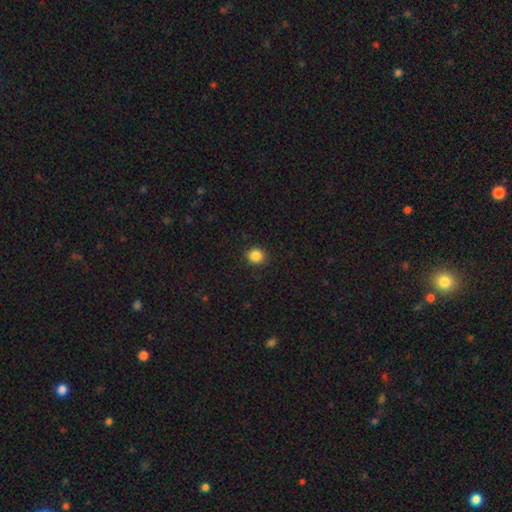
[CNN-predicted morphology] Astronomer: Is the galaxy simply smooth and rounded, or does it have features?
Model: smooth — 86%.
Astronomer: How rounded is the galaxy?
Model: round — 84%.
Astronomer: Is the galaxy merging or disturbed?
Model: none — 90%.